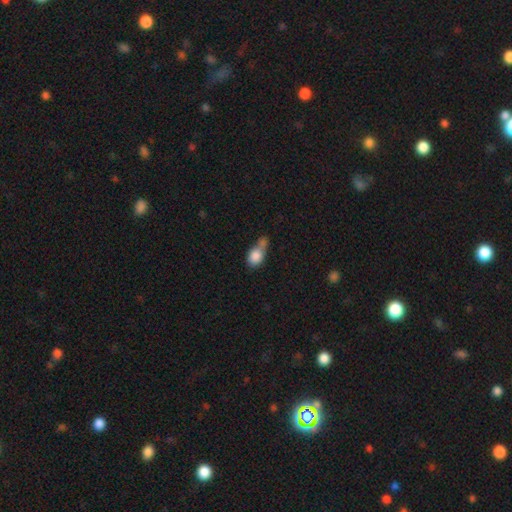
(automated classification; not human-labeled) smooth 82%, featured or disk 10%, star or artifact 8%. Down the decision tree: how rounded — in between (69%); merging — merger (49%).